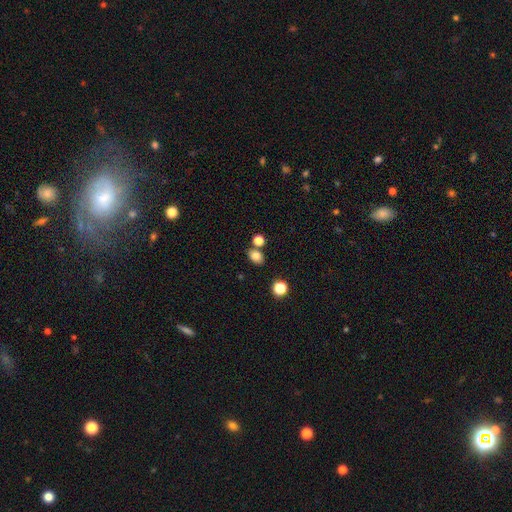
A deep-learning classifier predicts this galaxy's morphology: This appears to be a smooth galaxy with no disk features (80%) that is in between round and cigar-shaped (65%). Merging: none (73%).